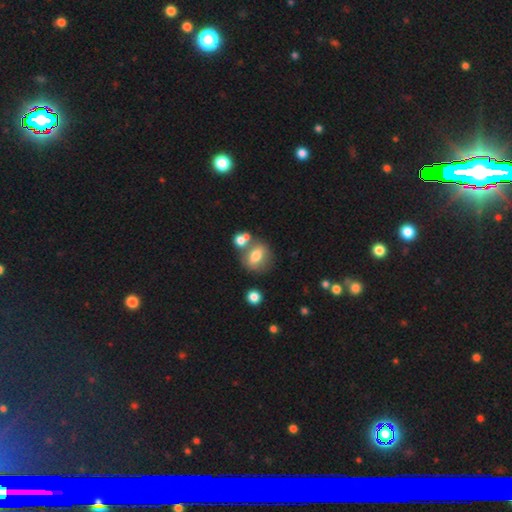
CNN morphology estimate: A smooth galaxy with no disk features (65%) that is in between round and cigar-shaped (51%). Merging: none (54%).